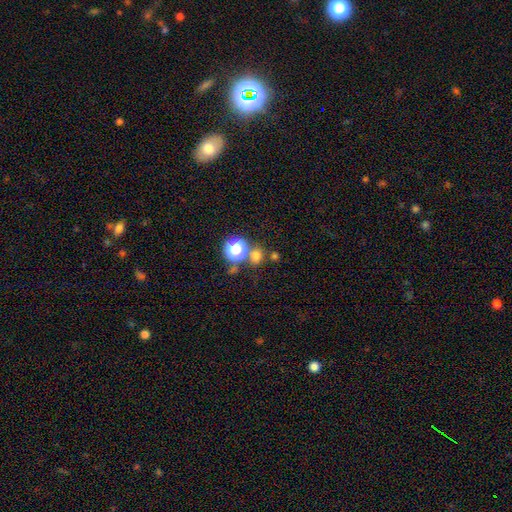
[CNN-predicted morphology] Smooth or featured?
  - smooth: 68% *
  - star or artifact: 25%
  - featured or disk: 7%
How rounded?
  - round: 78% *
  - in between: 21%
  - cigar-shaped: 1%
Merging?
  - none: 68% *
  - merger: 19%
  - minor disturbance: 8%
  - major disturbance: 4%